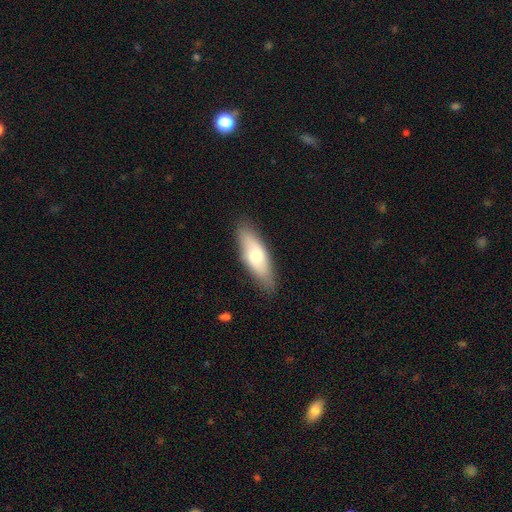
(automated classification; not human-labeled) Smooth or featured? Predicted: smooth (p=0.68). How rounded? Predicted: in between (p=0.59). Merging? Predicted: none (p=0.84).